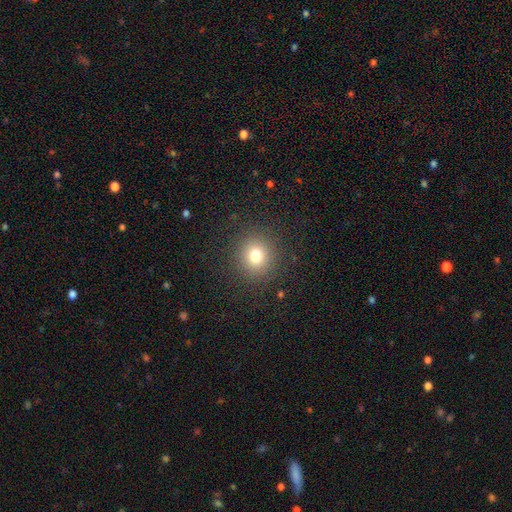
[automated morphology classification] A smooth galaxy with no disk features (76%) that is round (90%).

Vote fractions:
- Smooth or featured? smooth: 76% / star or artifact: 15% / featured or disk: 9%
- How rounded? round: 90% / in between: 9% / cigar-shaped: 1%
- Merging? none: 89% / minor disturbance: 7% / major disturbance: 4% / merger: 1%